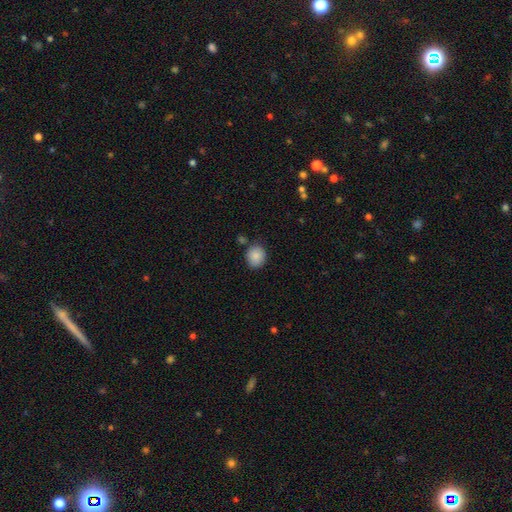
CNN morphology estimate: Smooth or featured? smooth (87%)
How rounded? round (72%)
Merging? none (77%)